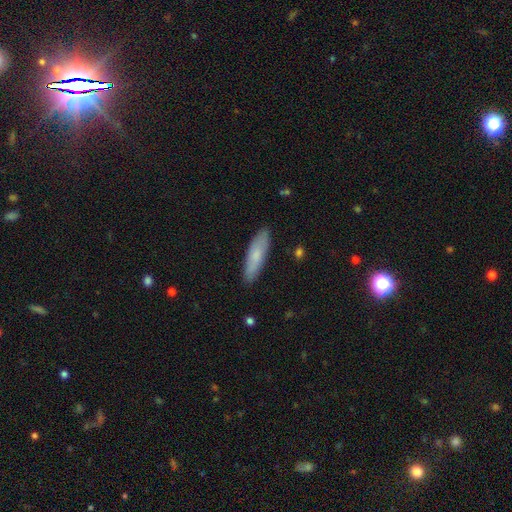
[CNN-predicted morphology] Smooth or featured: smooth — 76% (featured or disk — 18%)
How rounded: cigar-shaped — 64% (in between — 35%)
Merging: none — 88% (minor disturbance — 9%)